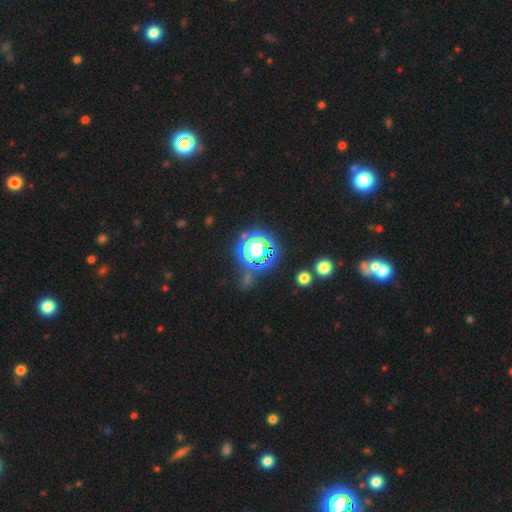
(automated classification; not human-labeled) The model was most divided on "smooth or featured": star or artifact: 79%, smooth: 14%, featured or disk: 7%.